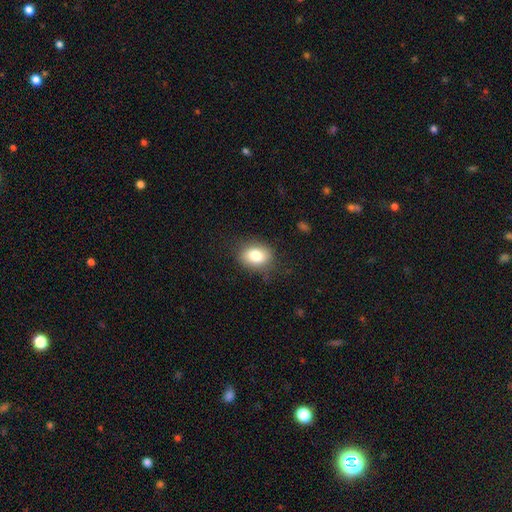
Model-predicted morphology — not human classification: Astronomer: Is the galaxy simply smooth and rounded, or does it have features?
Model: smooth — 81%.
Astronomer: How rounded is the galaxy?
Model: in between — 63%.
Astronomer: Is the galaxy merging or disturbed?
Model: none — 80%.